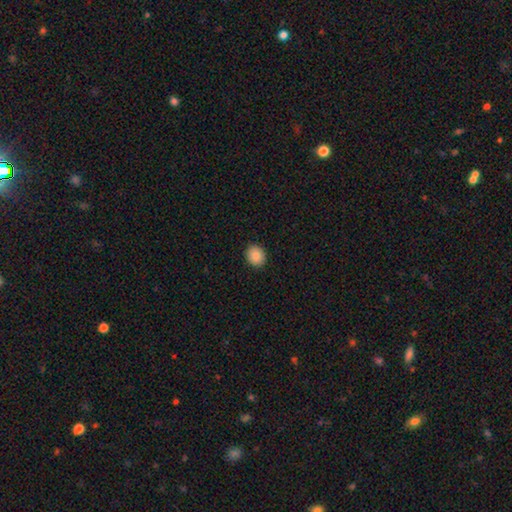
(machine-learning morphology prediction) The model was most divided on "how rounded": round: 65%, in between: 34%, cigar-shaped: 1%. More confident: merging — none (91%); smooth or featured — smooth (88%).